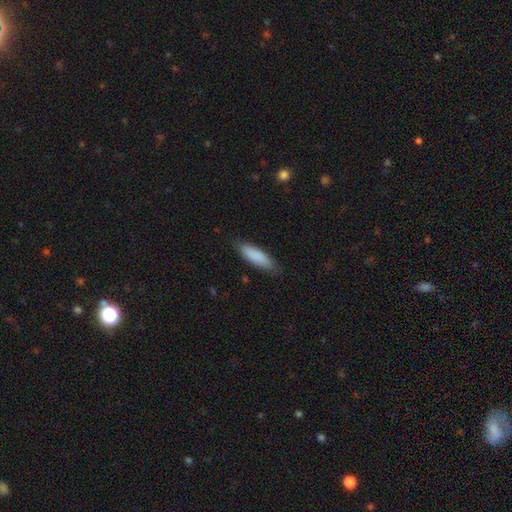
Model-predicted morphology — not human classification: Smooth or featured?
  - smooth: 87% *
  - featured or disk: 7%
  - star or artifact: 6%
How rounded?
  - cigar-shaped: 54% *
  - in between: 44%
  - round: 1%
Merging?
  - none: 83% *
  - minor disturbance: 13%
  - major disturbance: 2%
  - merger: 1%